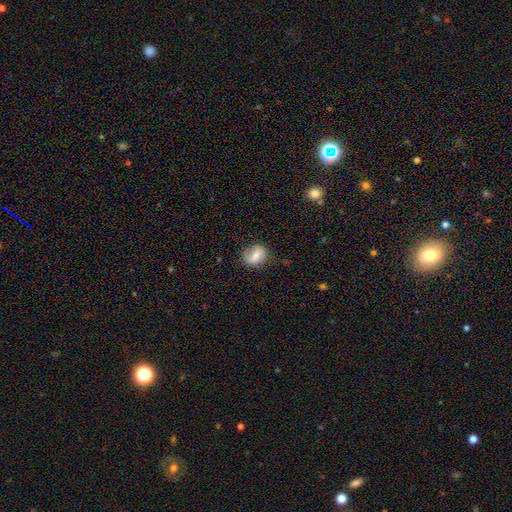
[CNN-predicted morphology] This is likely a smooth galaxy (61%). How rounded: possibly round (52%). Merging: likely none (69%).